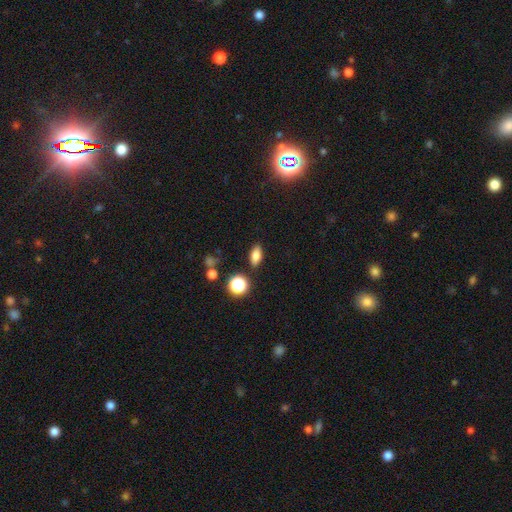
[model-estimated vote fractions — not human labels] Morphology: type=smooth (77%); roundness=in between (80%); merging=none (87%).